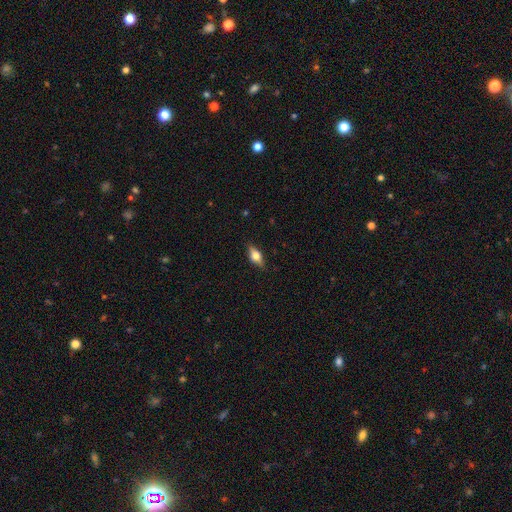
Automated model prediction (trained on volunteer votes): This is possibly a smooth galaxy (57%). How rounded: likely in between (76%). Merging: clearly none (84%).